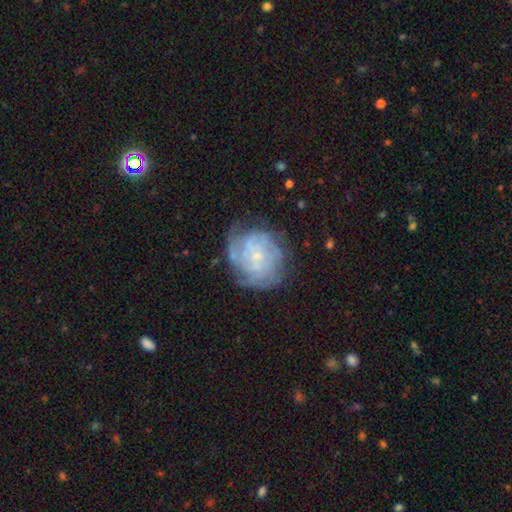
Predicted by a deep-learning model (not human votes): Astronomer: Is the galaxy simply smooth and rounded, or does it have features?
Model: featured or disk — 75%.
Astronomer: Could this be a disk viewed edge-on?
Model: no — 98%.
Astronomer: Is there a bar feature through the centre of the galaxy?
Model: no — 77%.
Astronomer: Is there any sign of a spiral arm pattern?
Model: yes — 88%.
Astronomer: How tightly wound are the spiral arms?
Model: tight — 64%.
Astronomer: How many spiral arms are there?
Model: can't tell — 43% (runner-up: 4, 18%).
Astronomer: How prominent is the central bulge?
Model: small — 82%.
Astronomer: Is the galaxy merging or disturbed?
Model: none — 65%.